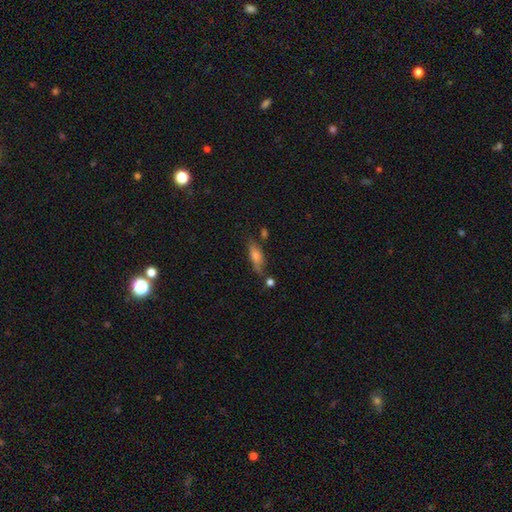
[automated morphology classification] smooth_or_featured: smooth (p=0.61) [alt: featured or disk p=0.28]
how_rounded: in between (p=0.56) [alt: cigar-shaped p=0.40]
merging: none (p=0.64) [alt: minor disturbance p=0.21]